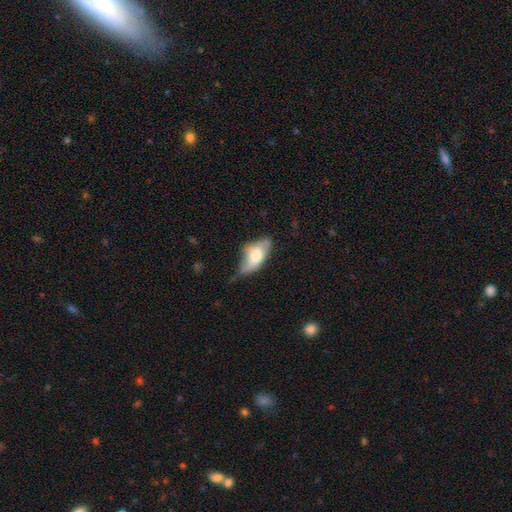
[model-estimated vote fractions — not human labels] The model was most divided on "merging": minor disturbance: 42%, none: 36%, major disturbance: 18%, merger: 4%. More confident: how rounded — in between (86%); smooth or featured — smooth (58%).